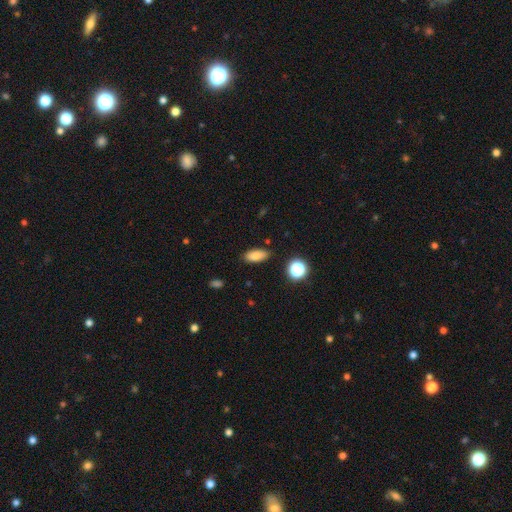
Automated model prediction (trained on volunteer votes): Smooth or featured? smooth (83%)
How rounded? in between (83%)
Merging? none (85%)